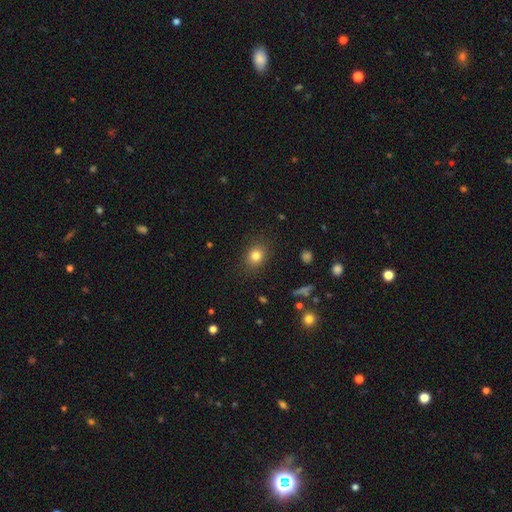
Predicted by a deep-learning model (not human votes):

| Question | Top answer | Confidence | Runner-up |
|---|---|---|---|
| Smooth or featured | smooth | 81% | star or artifact (12%) |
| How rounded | round | 62% | in between (37%) |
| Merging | none | 87% | minor disturbance (9%) |